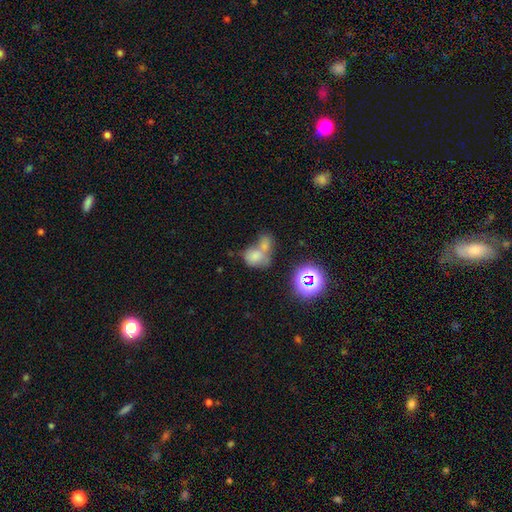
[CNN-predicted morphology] The model was most divided on "how rounded": in between: 57%, round: 42%, cigar-shaped: 2%. More confident: smooth or featured — smooth (68%); merging — merger (64%).